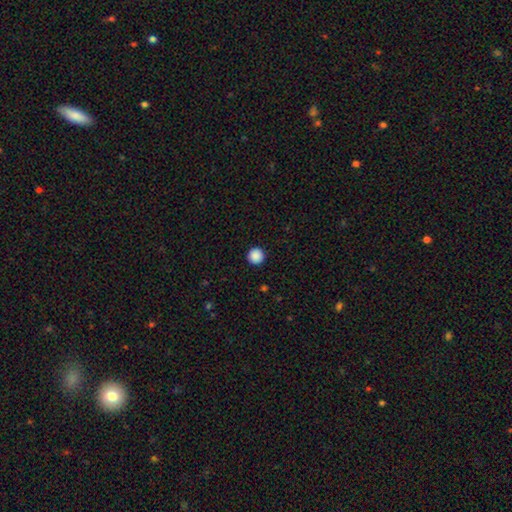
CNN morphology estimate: Smooth or featured: smooth — 89% (star or artifact — 9%)
How rounded: round — 97% (in between — 2%)
Merging: none — 94% (minor disturbance — 4%)